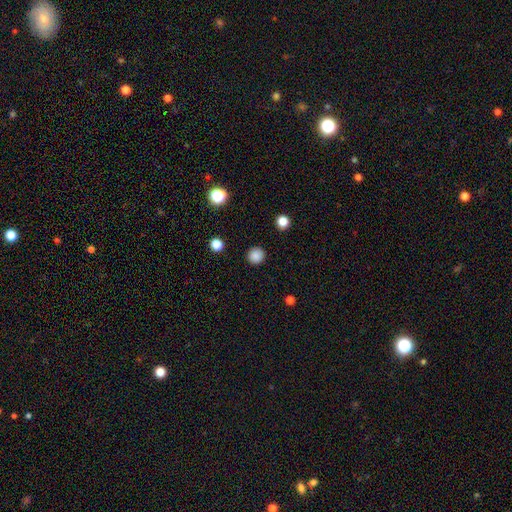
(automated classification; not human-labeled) The model was most divided on "smooth or featured": smooth: 86%, star or artifact: 11%, featured or disk: 3%. More confident: how rounded — round (93%); merging — none (91%).